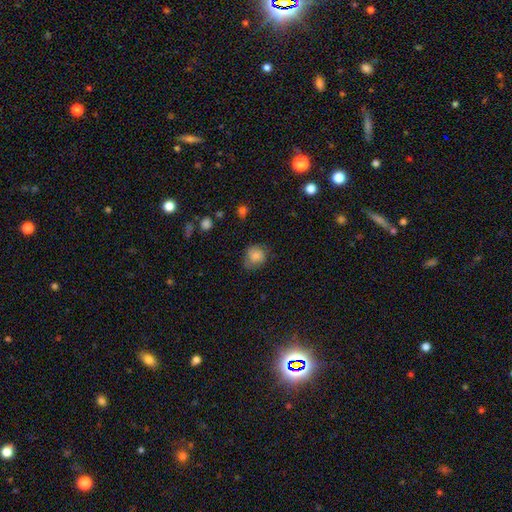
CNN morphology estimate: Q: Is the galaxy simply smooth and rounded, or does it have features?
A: smooth — 82%.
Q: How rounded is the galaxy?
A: round — 72%.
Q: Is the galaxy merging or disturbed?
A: none — 64%.